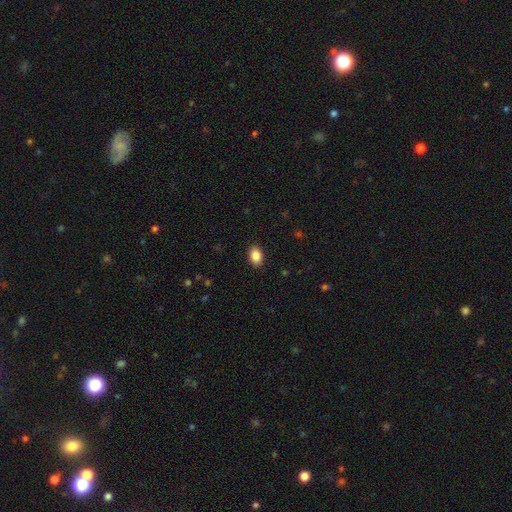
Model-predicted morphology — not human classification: Smooth or featured? smooth (89%)
How rounded? in between (85%)
Merging? none (89%)